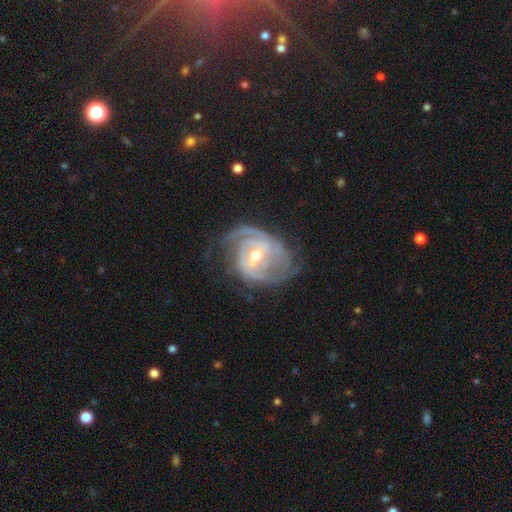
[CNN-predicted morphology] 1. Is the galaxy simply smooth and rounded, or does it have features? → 90% featured or disk, 6% smooth, 5% star or artifact.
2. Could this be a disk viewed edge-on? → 97% no, 3% yes.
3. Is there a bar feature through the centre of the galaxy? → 44% weak, 36% no, 19% strong.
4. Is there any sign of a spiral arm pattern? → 96% yes, 4% no.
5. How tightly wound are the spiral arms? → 58% tight, 33% medium, 9% loose.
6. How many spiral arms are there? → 40% 2, 22% 3, 20% can't tell, 6% 1, 6% 4, 5% more than 4.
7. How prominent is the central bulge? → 60% moderate, 36% small, 2% large, 1% none, 1% dominant.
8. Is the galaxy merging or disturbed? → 62% none, 23% minor disturbance, 13% major disturbance, 2% merger.